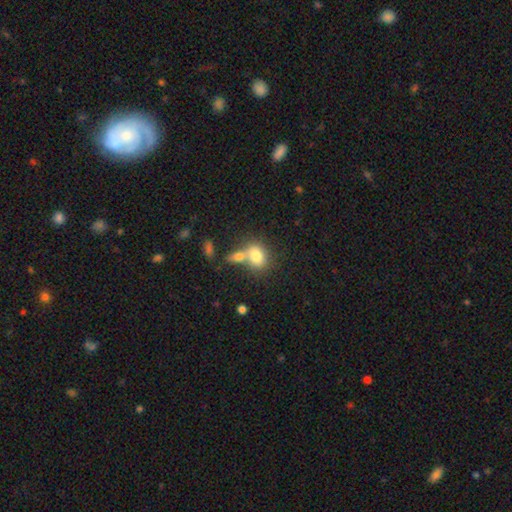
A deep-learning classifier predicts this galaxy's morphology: This is likely a smooth galaxy (78%). How rounded: likely in between (64%). Merging: possibly merger (49%).